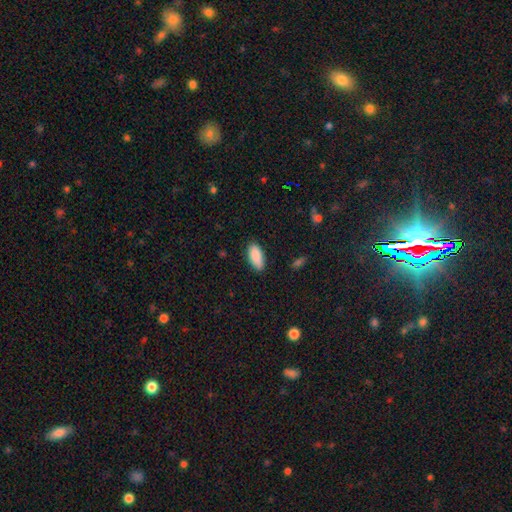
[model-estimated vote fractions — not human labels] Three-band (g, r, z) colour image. It shows a smooth galaxy with no disk features (89%) that is in between round and cigar-shaped (88%). Merging: none (84%).